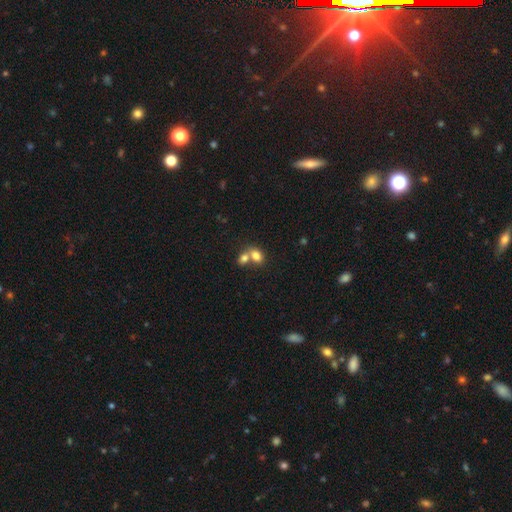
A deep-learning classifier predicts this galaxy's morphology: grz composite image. It shows a smooth galaxy with no disk features (79%) that is in between round and cigar-shaped (69%). Merging: merger (60%).